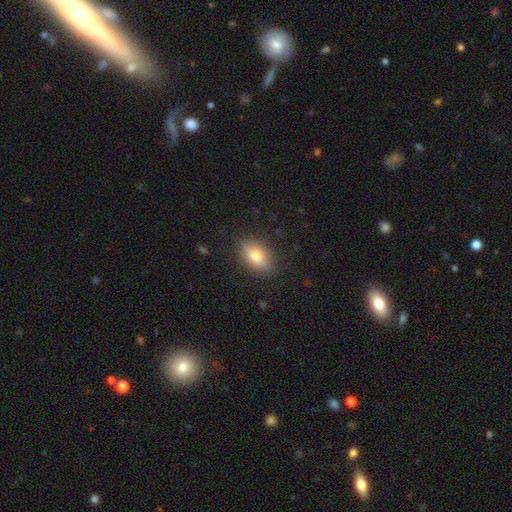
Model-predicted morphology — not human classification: The model was most divided on "smooth or featured": smooth: 68%, featured or disk: 23%, star or artifact: 9%. More confident: merging — none (84%); how rounded — in between (80%).